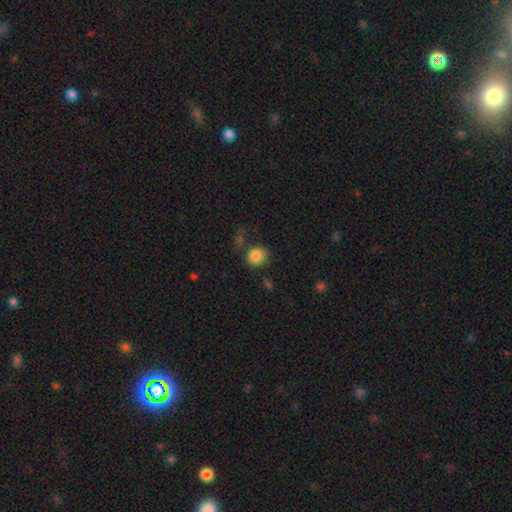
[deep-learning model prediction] smooth-or-featured: smooth: 84% | star or artifact: 9% | featured or disk: 6%
  how-rounded: round: 81% | in between: 18% | cigar-shaped: 1%
  merging: none: 70% | minor disturbance: 15% | merger: 9% | major disturbance: 6%